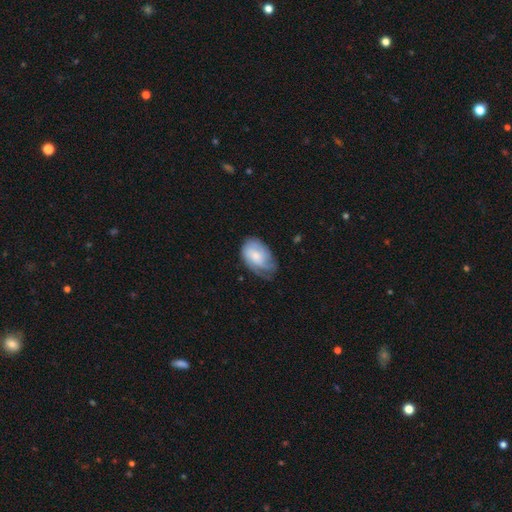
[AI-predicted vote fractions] Morphology: type=featured or disk (48%); merging=none (49%).